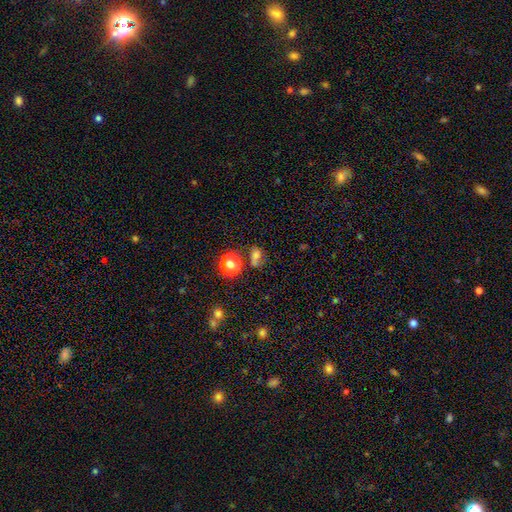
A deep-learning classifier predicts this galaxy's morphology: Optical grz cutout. It shows a smooth galaxy with no disk features (56%) that is in between round and cigar-shaped (54%). Merging: none (46%).